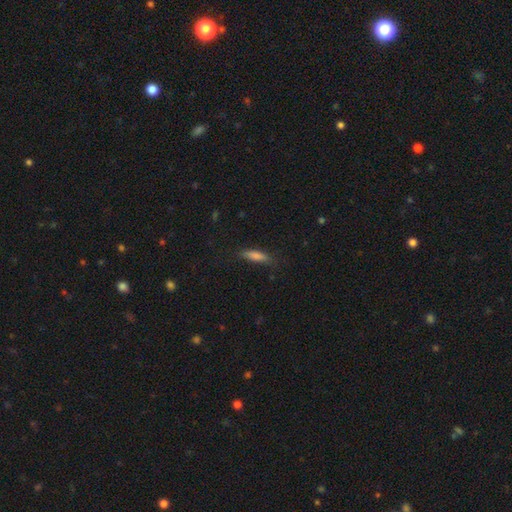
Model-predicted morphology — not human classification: This appears to be a smooth galaxy with no disk features (76%) that is cigar-shaped (71%). Merging: none (78%).